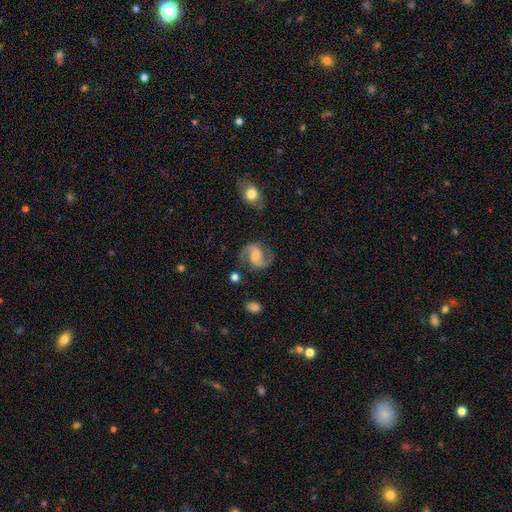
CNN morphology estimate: Smooth or featured?
  - featured or disk: 90% *
  - smooth: 5%
  - star or artifact: 5%
Edge-on disk?
  - no: 98% *
  - yes: 2%
Bar?
  - no: 47% *
  - weak: 39%
  - strong: 14%
Spiral arms?
  - yes: 98% *
  - no: 2%
Spiral winding?
  - medium: 62% *
  - loose: 22%
  - tight: 16%
Spiral arm count?
  - 2: 94% *
  - can't tell: 2%
  - 1: 1%
  - 3: 1%
  - 4: 1%
  - more than 4: 1%
Bulge size?
  - small: 52% *
  - moderate: 33%
  - none: 10%
  - large: 4%
  - dominant: 1%
Merging?
  - none: 80% *
  - minor disturbance: 13%
  - major disturbance: 5%
  - merger: 2%